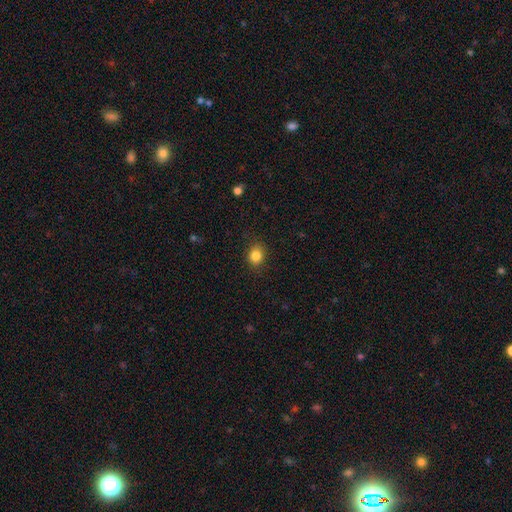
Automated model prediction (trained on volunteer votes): Smooth or featured? Predicted: smooth (p=0.85). How rounded? Predicted: round (p=0.65). Merging? Predicted: none (p=0.87).